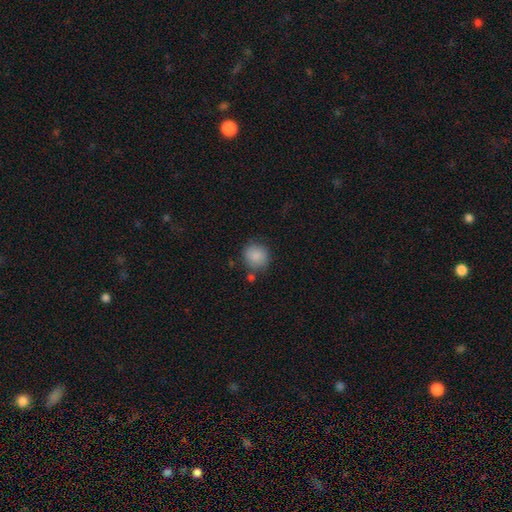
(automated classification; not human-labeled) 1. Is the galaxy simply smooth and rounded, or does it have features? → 88% smooth, 8% star or artifact, 5% featured or disk.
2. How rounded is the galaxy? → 87% round, 12% in between, 1% cigar-shaped.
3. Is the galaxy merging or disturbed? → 75% none, 14% minor disturbance, 7% merger, 4% major disturbance.